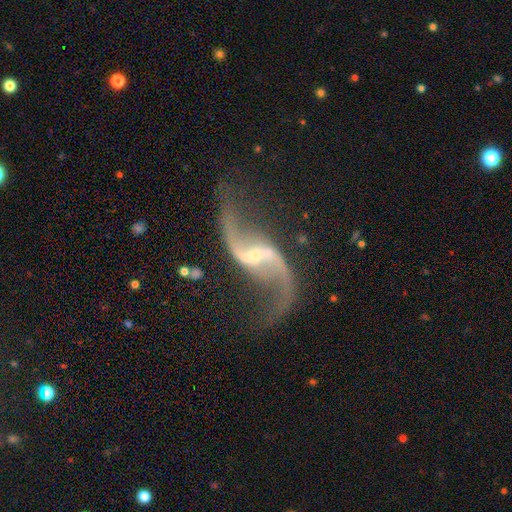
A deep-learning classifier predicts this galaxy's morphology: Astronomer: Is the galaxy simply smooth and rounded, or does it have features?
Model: featured or disk — 93%.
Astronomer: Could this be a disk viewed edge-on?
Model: no — 97%.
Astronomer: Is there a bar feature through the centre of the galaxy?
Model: strong — 42% (runner-up: weak, 40%).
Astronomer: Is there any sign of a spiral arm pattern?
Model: yes — 98%.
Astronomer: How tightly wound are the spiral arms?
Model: loose — 92%.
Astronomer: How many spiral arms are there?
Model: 2 — 95%.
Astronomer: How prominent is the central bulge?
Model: small — 74%.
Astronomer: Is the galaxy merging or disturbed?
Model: none — 77%.